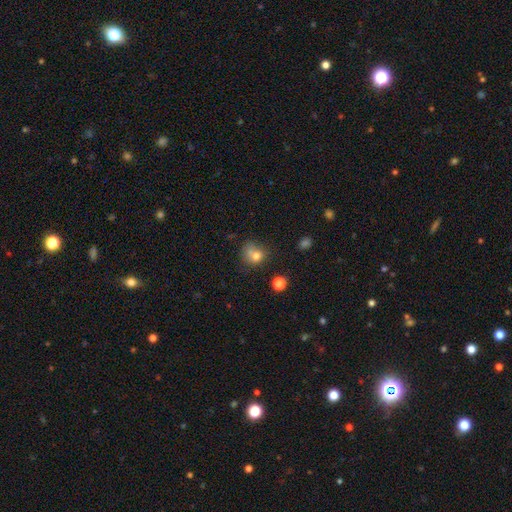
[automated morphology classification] Smooth or featured: smooth — 73% (featured or disk — 14%)
How rounded: round — 65% (in between — 34%)
Merging: none — 37% (merger — 29%)